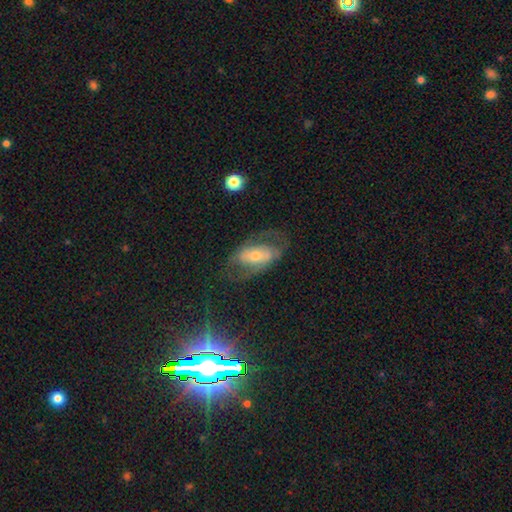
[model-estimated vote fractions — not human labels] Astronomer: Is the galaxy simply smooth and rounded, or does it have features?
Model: featured or disk — 62%.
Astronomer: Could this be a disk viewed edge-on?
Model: no — 91%.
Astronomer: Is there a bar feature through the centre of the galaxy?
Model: no — 44% (runner-up: weak, 31%).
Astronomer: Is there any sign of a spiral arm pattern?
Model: yes — 67%.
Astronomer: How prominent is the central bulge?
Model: moderate — 53% (runner-up: small, 38%).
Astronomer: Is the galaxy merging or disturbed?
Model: none — 58%.